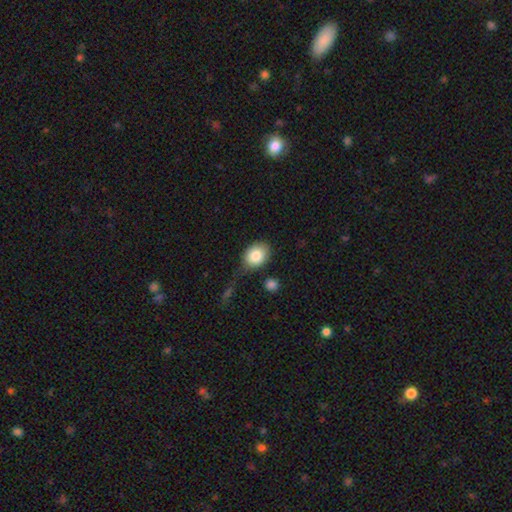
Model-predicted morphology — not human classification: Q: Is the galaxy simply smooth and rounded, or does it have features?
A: smooth — 84%.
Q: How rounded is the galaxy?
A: in between — 63%.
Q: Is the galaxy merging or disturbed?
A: none — 63%.